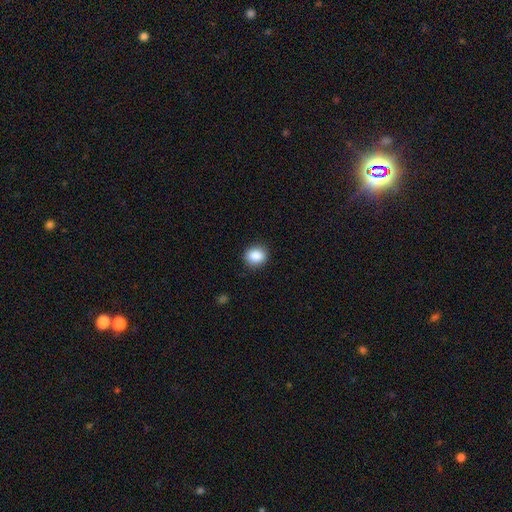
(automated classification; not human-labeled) Smooth or featured?
  - smooth: 88% *
  - star or artifact: 8%
  - featured or disk: 4%
How rounded?
  - round: 67% *
  - in between: 32%
  - cigar-shaped: 1%
Merging?
  - none: 89% *
  - minor disturbance: 8%
  - major disturbance: 2%
  - merger: 1%